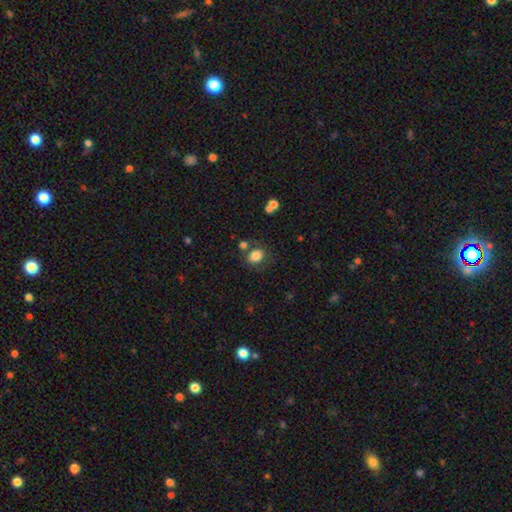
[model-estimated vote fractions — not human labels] Morphology: type=smooth (82%); roundness=round (54%); merging=none (68%).